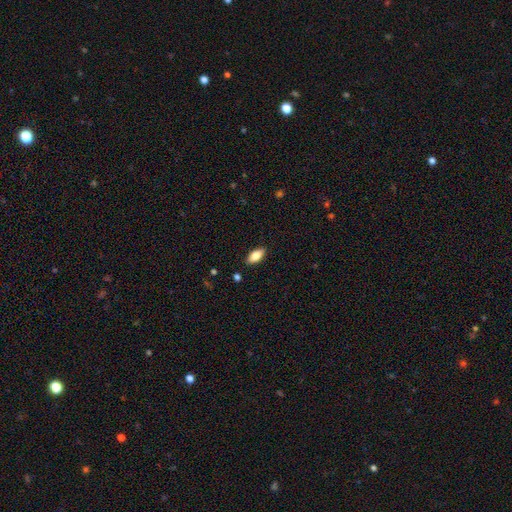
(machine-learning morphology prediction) Smooth or featured?
  - smooth: 78% *
  - featured or disk: 15%
  - star or artifact: 7%
How rounded?
  - in between: 88% *
  - cigar-shaped: 9%
  - round: 3%
Merging?
  - none: 88% *
  - minor disturbance: 9%
  - major disturbance: 2%
  - merger: 1%